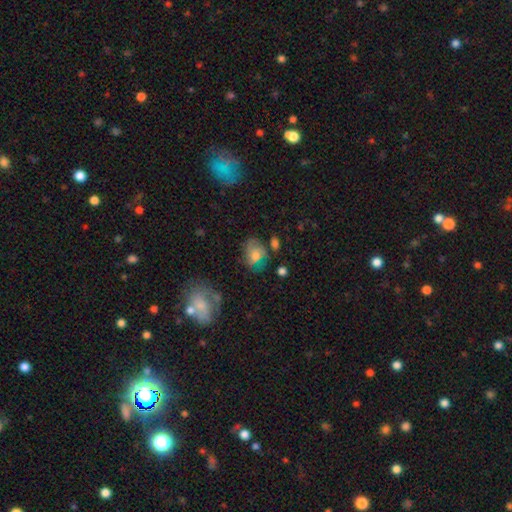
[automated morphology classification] Smooth or featured?
  - smooth: 50% *
  - featured or disk: 37%
  - star or artifact: 13%
Merging?
  - none: 56% *
  - minor disturbance: 24%
  - major disturbance: 13%
  - merger: 7%